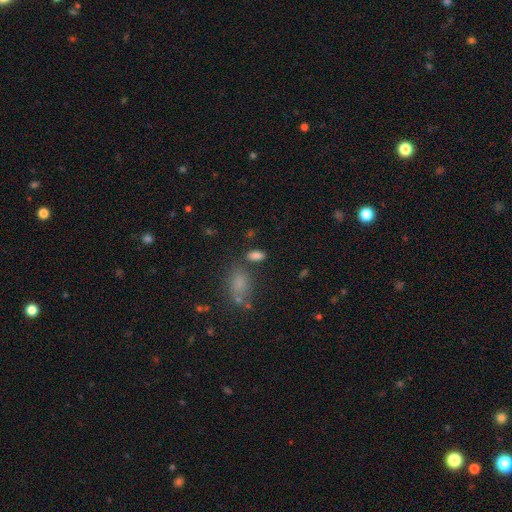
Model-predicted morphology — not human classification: A smooth galaxy with no disk features (83%) that is in between round and cigar-shaped (88%).

Vote fractions:
- Smooth or featured? smooth: 83% / star or artifact: 12% / featured or disk: 5%
- How rounded? in between: 88% / cigar-shaped: 7% / round: 5%
- Merging? none: 74% / minor disturbance: 12% / merger: 9% / major disturbance: 5%